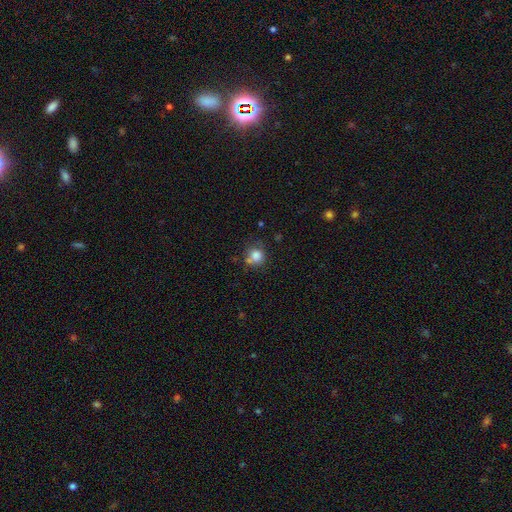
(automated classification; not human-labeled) This is clearly a smooth galaxy (81%). How rounded: clearly round (85%). Merging: likely none (61%).